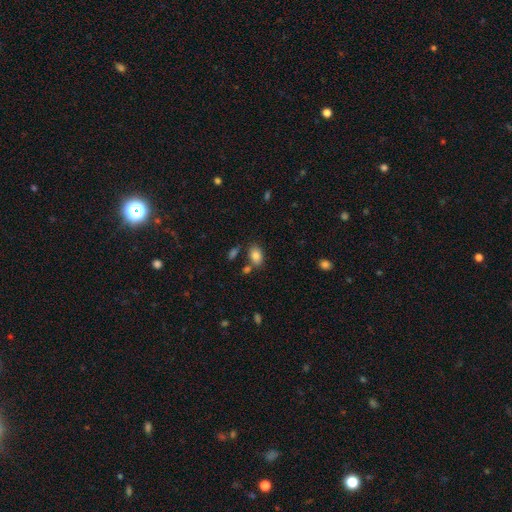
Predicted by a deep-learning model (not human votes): This is clearly a smooth galaxy (83%). How rounded: clearly in between (86%). Merging: likely none (71%).